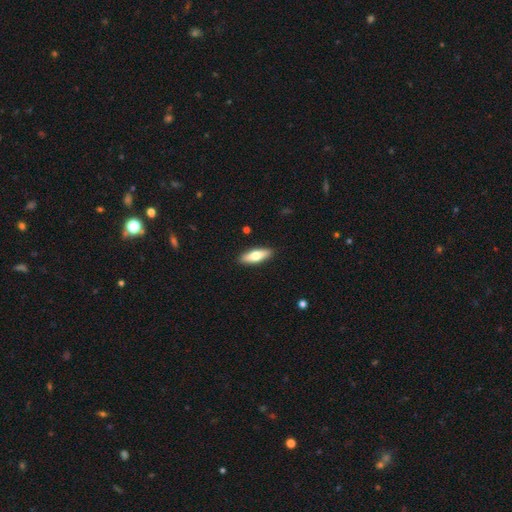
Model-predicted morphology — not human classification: This is likely a smooth galaxy (67%). How rounded: possibly in between (55%). Merging: clearly none (90%).